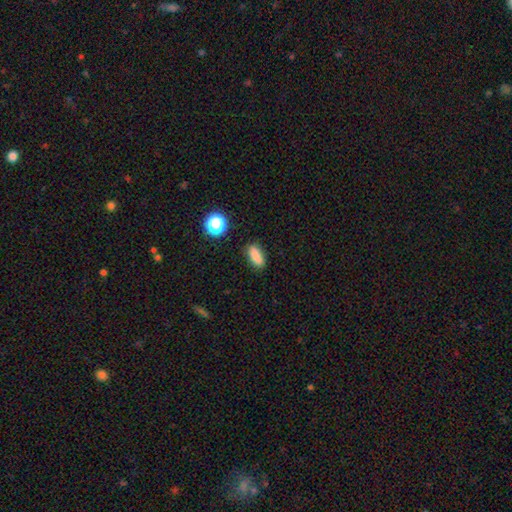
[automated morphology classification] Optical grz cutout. It shows a smooth galaxy with no disk features (84%) that is in between round and cigar-shaped (75%). Merging: none (84%).